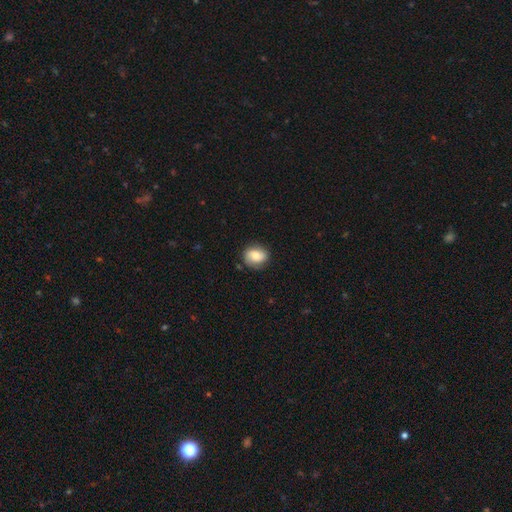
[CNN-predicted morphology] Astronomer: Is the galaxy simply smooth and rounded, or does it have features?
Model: smooth — 68%.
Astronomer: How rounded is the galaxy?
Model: round — 57% (runner-up: in between, 42%).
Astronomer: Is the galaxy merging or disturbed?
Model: none — 77%.